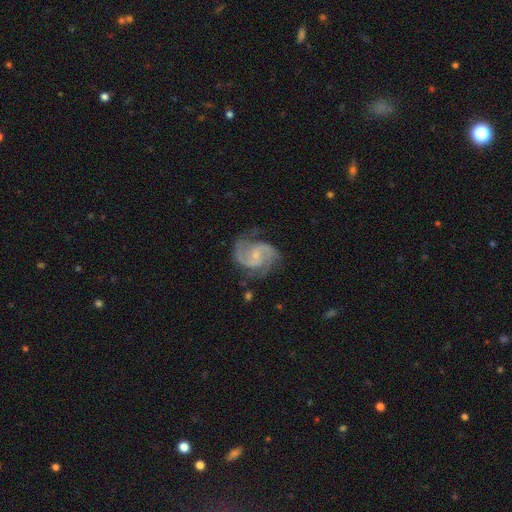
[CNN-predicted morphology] A featured or disk galaxy (92%) with no bar (48%), 2 (80%) medium (59%) spiral arms (98%) and a small central bulge (67%). Merging: none (73%).